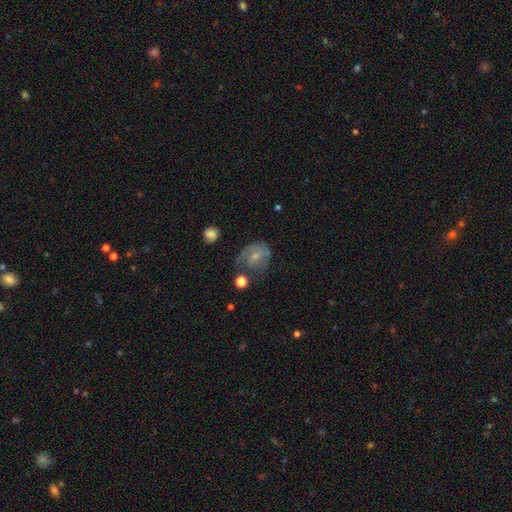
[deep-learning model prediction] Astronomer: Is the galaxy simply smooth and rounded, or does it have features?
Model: featured or disk — 62%.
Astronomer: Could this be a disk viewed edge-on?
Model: no — 97%.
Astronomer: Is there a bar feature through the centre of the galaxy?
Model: no — 50% (runner-up: weak, 41%).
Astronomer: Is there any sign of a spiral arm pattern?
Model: yes — 77%.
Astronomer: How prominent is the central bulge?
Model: small — 60%.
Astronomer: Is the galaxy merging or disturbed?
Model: none — 43% (runner-up: major disturbance, 26%).